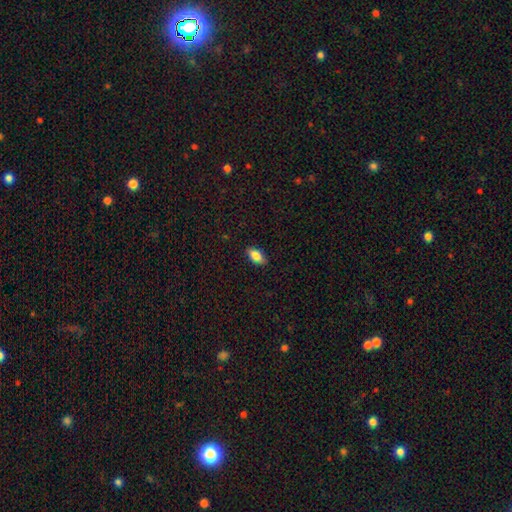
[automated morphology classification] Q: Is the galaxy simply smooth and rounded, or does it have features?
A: smooth — 83%.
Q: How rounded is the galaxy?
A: in between — 90%.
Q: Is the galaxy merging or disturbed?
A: none — 88%.